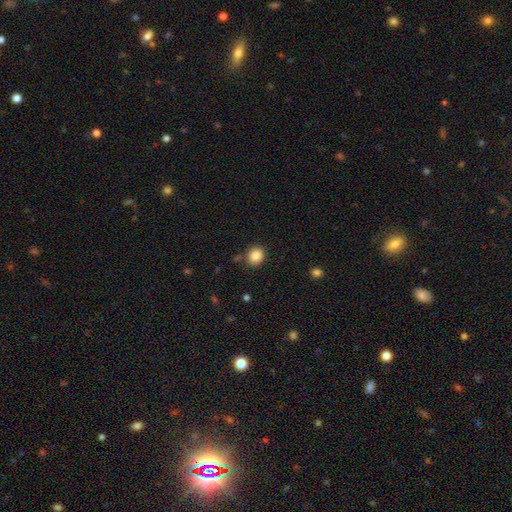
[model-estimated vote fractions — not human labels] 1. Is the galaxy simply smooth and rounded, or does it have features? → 87% smooth, 9% star or artifact, 4% featured or disk.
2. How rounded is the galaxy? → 73% round, 26% in between, 1% cigar-shaped.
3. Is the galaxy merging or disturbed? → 81% none, 12% minor disturbance, 4% merger, 3% major disturbance.